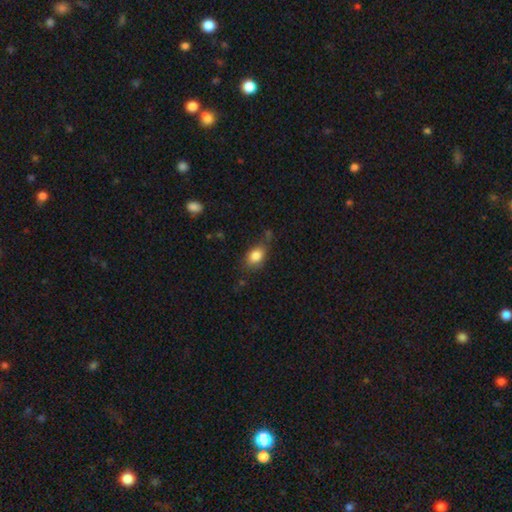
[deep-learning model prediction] This appears to be a smooth galaxy with no disk features (83%) that is in between round and cigar-shaped (78%). Merging: none (64%).